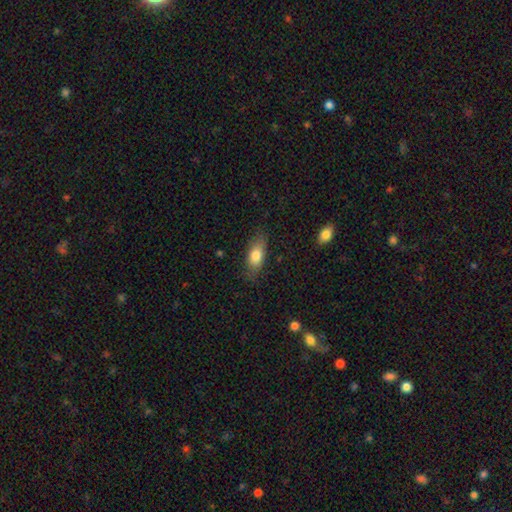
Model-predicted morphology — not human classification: Smooth or featured: smooth — 78% (featured or disk — 15%)
How rounded: in between — 80% (cigar-shaped — 15%)
Merging: none — 78% (minor disturbance — 16%)